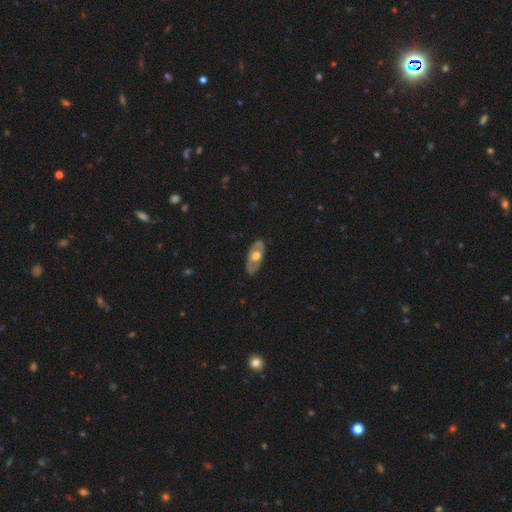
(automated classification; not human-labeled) Q: Smooth or featured?
A: featured or disk (54%); runner-up: smooth (41%)
Q: Edge-on disk?
A: no (80%); runner-up: yes (20%)
Q: Merging?
A: none (83%); runner-up: minor disturbance (13%)